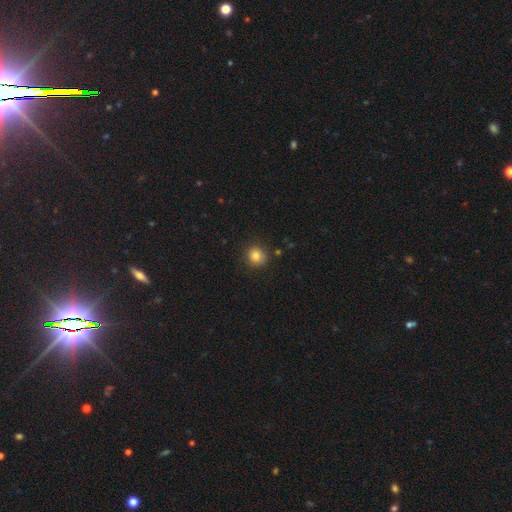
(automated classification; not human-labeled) This is clearly a smooth galaxy (83%). How rounded: clearly round (87%). Merging: clearly none (88%).